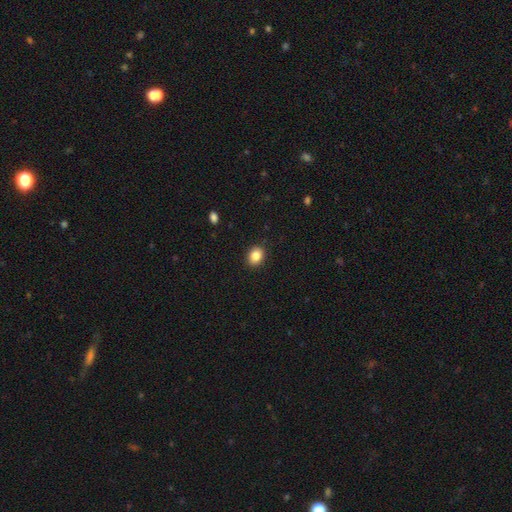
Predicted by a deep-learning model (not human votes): Overall: smooth (86%). How rounded: round (50%; in between 49%). Merging: none (90%).